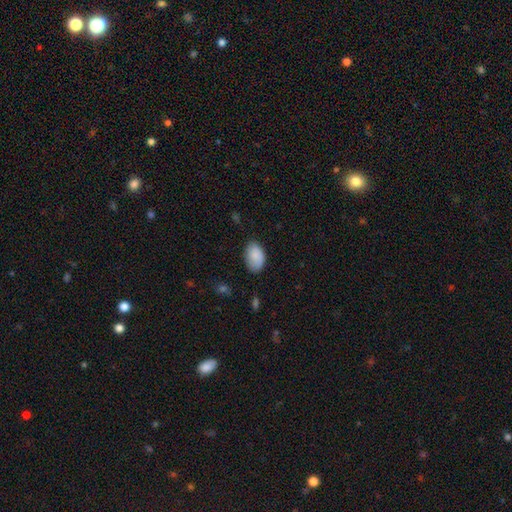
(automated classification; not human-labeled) smooth-or-featured: smooth: 88% | star or artifact: 7% | featured or disk: 6%
  how-rounded: in between: 91% | round: 8% | cigar-shaped: 1%
  merging: none: 75% | minor disturbance: 20% | major disturbance: 4% | merger: 1%